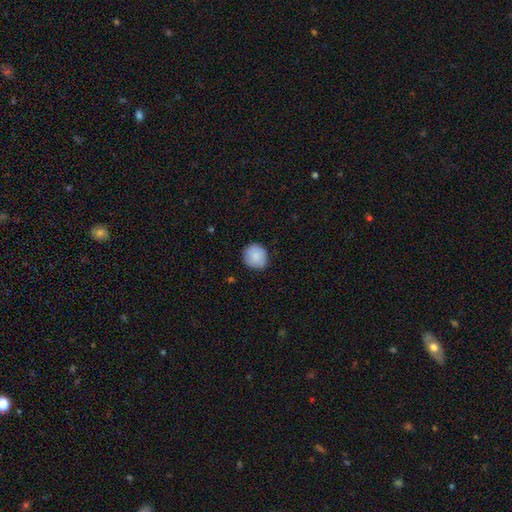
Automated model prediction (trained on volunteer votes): Smooth or featured?
  - smooth: 87% *
  - star or artifact: 7%
  - featured or disk: 6%
How rounded?
  - round: 89% *
  - in between: 10%
  - cigar-shaped: 1%
Merging?
  - none: 85% *
  - minor disturbance: 11%
  - major disturbance: 2%
  - merger: 1%